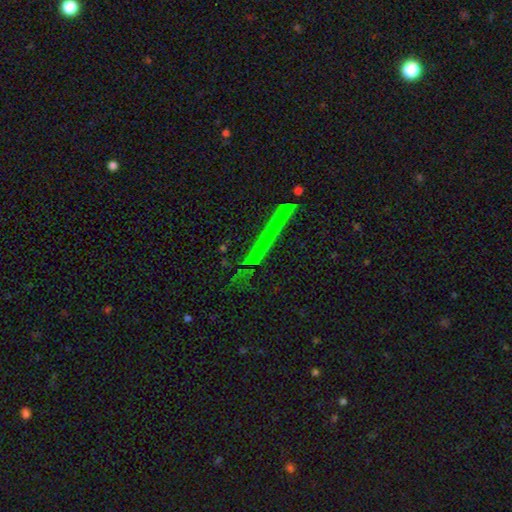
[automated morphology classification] Smooth or featured: star or artifact — 72% (featured or disk — 14%)